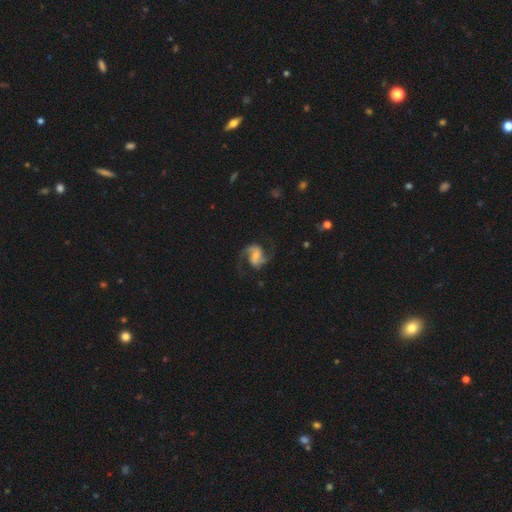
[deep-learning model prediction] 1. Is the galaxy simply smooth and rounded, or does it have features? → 89% featured or disk, 6% smooth, 5% star or artifact.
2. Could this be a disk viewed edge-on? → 98% no, 2% yes.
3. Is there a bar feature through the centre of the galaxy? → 47% weak, 27% no, 26% strong.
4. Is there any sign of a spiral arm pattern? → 98% yes, 2% no.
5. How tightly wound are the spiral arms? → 54% medium, 36% loose, 10% tight.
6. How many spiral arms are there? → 93% 2, 2% can't tell, 2% 1, 2% 3, 1% 4, 1% more than 4.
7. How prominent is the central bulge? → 42% small, 37% moderate, 12% none, 8% large, 2% dominant.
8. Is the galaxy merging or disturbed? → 76% none, 13% minor disturbance, 9% major disturbance, 2% merger.